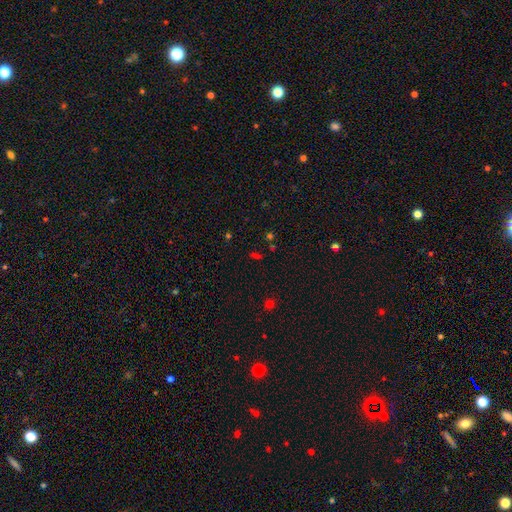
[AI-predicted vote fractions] Overall: star or artifact (47%; smooth 45%).